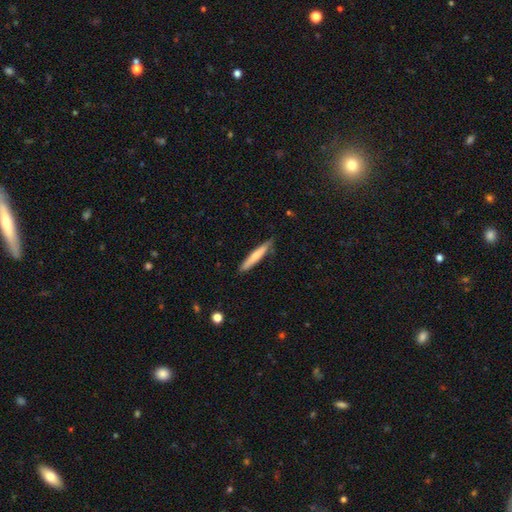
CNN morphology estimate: Overall: smooth (69%). How rounded: cigar-shaped (93%). Merging: none (81%).